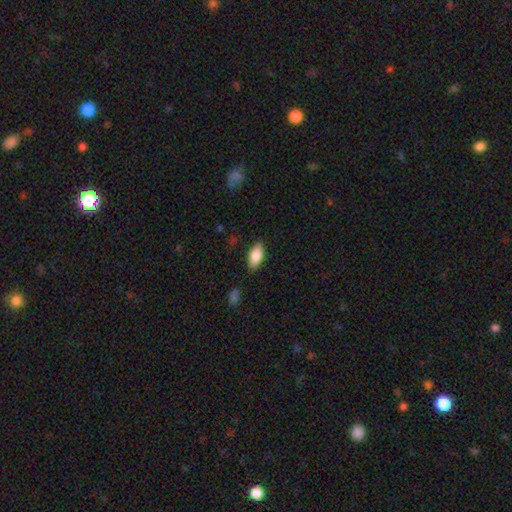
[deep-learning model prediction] The model was most divided on "merging": none: 82%, minor disturbance: 14%, major disturbance: 3%, merger: 1%. More confident: how rounded — in between (91%); smooth or featured — smooth (84%).